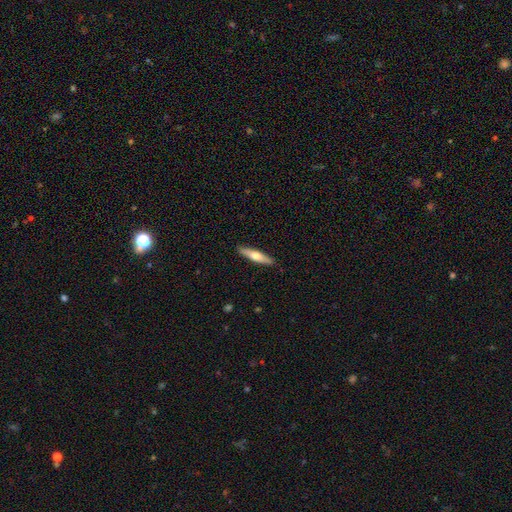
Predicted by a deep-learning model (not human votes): Overall: smooth (48%; featured or disk 47%). Merging: none (90%).